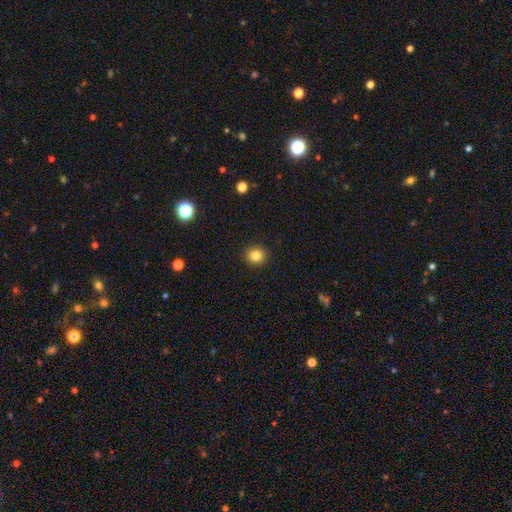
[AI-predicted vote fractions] Overall: smooth (83%). How rounded: round (87%). Merging: none (92%).